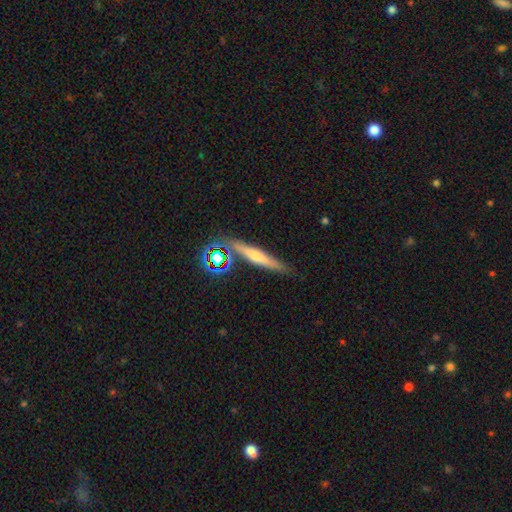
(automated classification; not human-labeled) This is possibly a featured or disk galaxy (47%). Merging: likely none (80%).